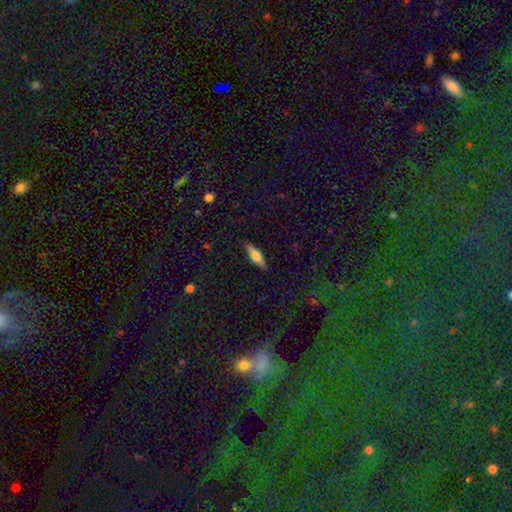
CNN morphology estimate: smooth_or_featured: smooth (p=0.53) [alt: featured or disk p=0.41]
how_rounded: cigar-shaped (p=0.60) [alt: in between p=0.37]
merging: none (p=0.88) [alt: minor disturbance p=0.09]